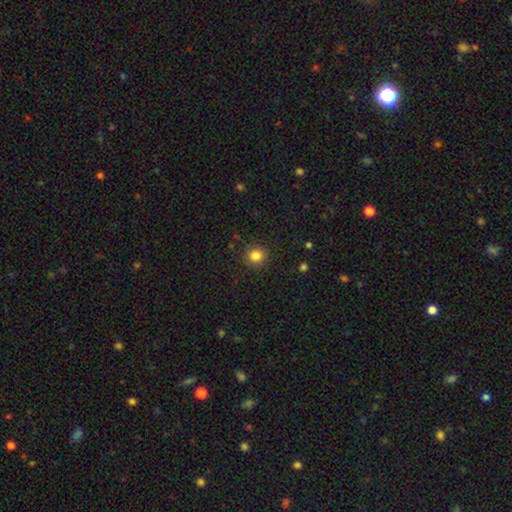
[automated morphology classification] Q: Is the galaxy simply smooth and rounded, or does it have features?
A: smooth — 84%.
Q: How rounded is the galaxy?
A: round — 91%.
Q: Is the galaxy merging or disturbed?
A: none — 91%.